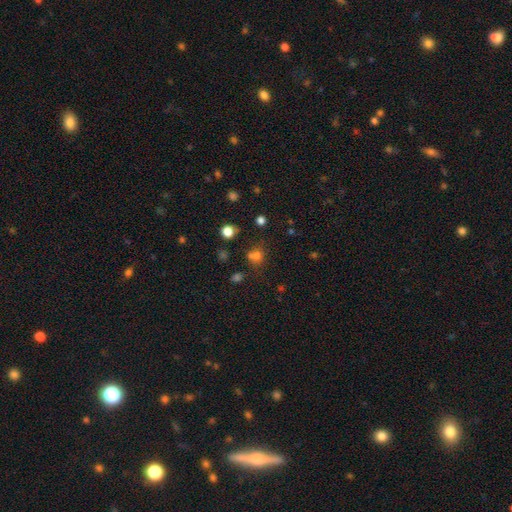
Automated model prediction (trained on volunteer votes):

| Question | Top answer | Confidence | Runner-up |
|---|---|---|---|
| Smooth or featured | smooth | 68% | star or artifact (23%) |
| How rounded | round | 78% | in between (21%) |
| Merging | none | 55% | merger (27%) |